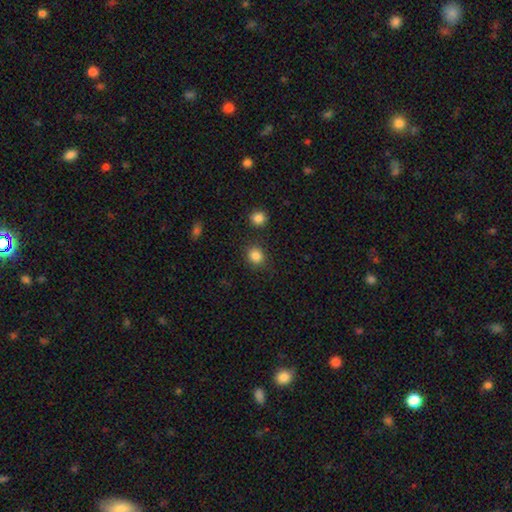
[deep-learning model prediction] Overall: smooth (85%). How rounded: round (77%). Merging: none (84%).